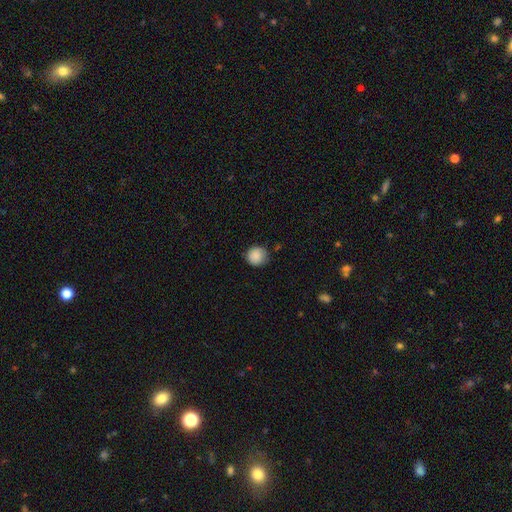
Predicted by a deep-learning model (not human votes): smooth_or_featured: smooth (p=0.88) [alt: star or artifact p=0.08]
how_rounded: round (p=0.91) [alt: in between p=0.08]
merging: none (p=0.81) [alt: minor disturbance p=0.15]